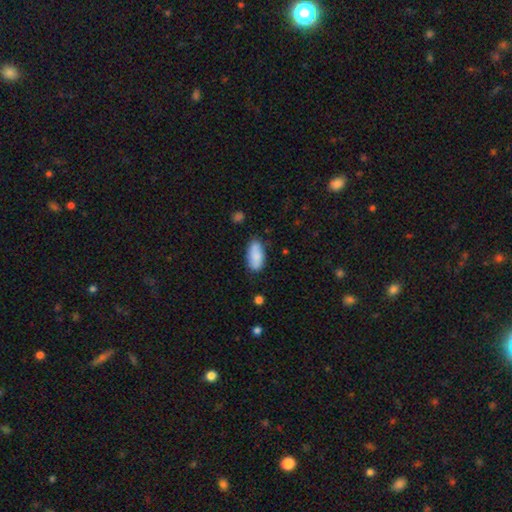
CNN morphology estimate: This appears to be a smooth galaxy with no disk features (81%) that is in between round and cigar-shaped (91%). Merging: none (75%).